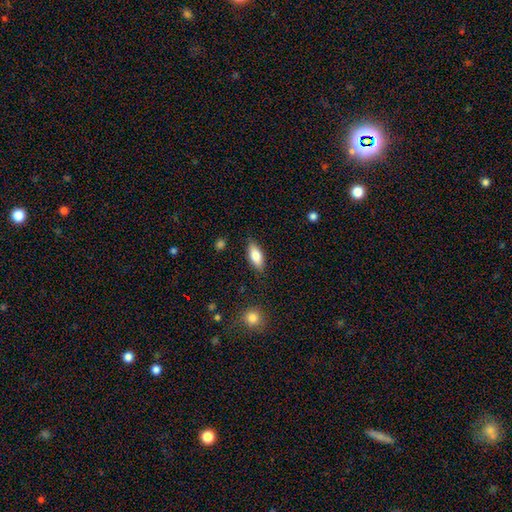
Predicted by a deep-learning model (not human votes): This is likely a smooth galaxy (79%). How rounded: clearly in between (81%). Merging: clearly none (84%).